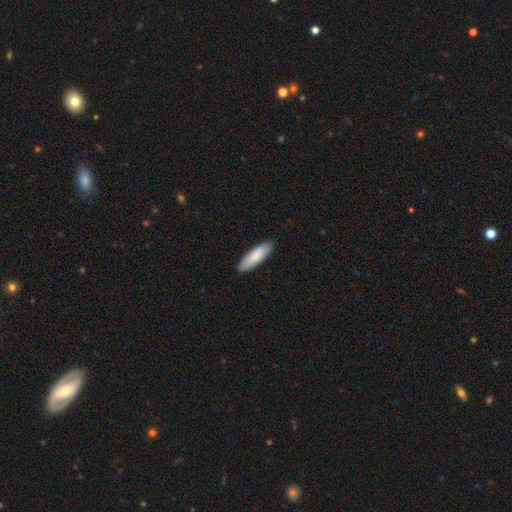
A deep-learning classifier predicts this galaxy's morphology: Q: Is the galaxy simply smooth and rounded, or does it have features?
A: smooth — 86%.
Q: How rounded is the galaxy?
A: cigar-shaped — 52%.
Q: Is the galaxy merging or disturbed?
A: none — 90%.